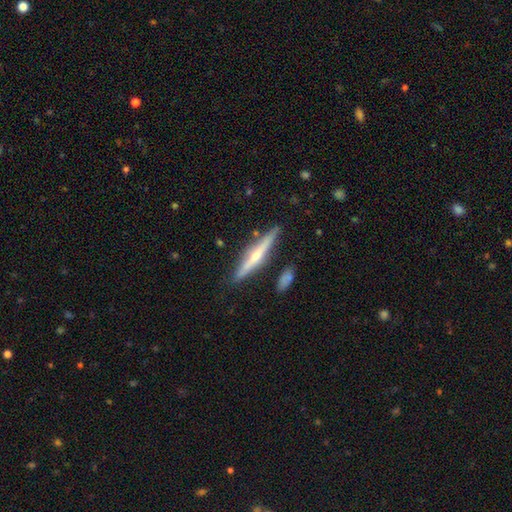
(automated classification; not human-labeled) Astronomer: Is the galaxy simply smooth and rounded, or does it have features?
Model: featured or disk — 68%.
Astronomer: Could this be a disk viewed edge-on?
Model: yes — 97%.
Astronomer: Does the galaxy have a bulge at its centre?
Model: rounded — 80%.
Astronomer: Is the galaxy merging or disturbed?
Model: none — 86%.